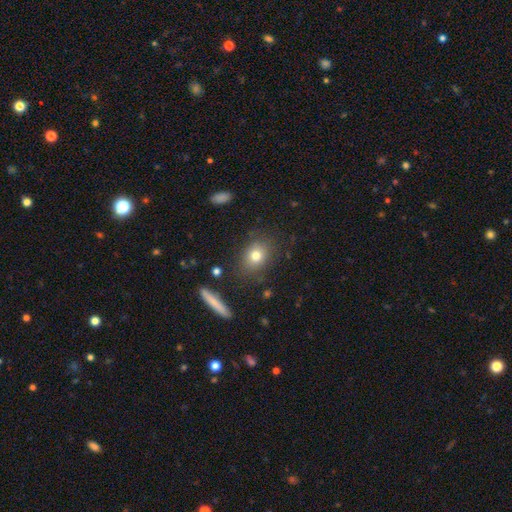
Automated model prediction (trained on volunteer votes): Overall: smooth (77%). How rounded: in between (51%; round 47%). Merging: none (81%).